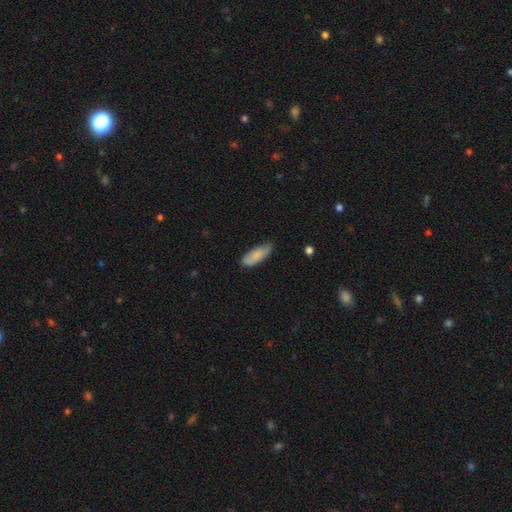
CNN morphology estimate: The model was most divided on "how rounded": in between: 68%, cigar-shaped: 30%, round: 2%. More confident: smooth or featured — smooth (83%); merging — none (68%).